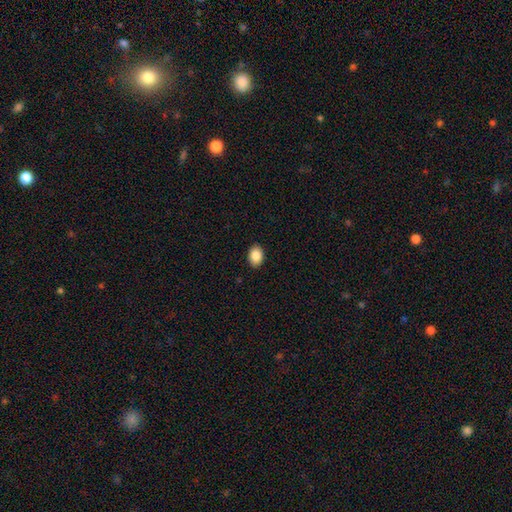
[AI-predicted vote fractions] smooth_or_featured: smooth (p=0.88) [alt: star or artifact p=0.08]
how_rounded: in between (p=0.75) [alt: round p=0.24]
merging: none (p=0.90) [alt: minor disturbance p=0.07]